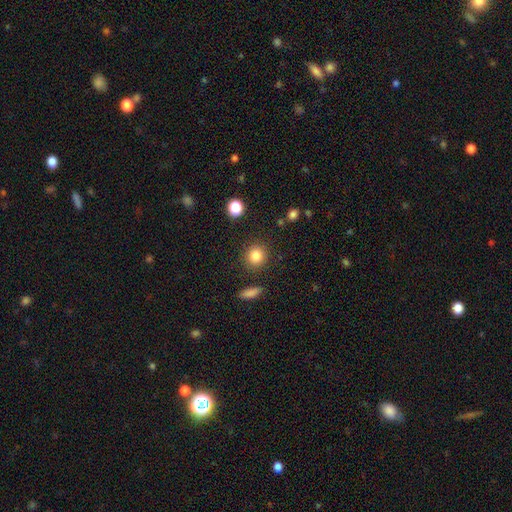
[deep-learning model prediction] Morphology: type=smooth (85%); roundness=round (87%); merging=none (88%).